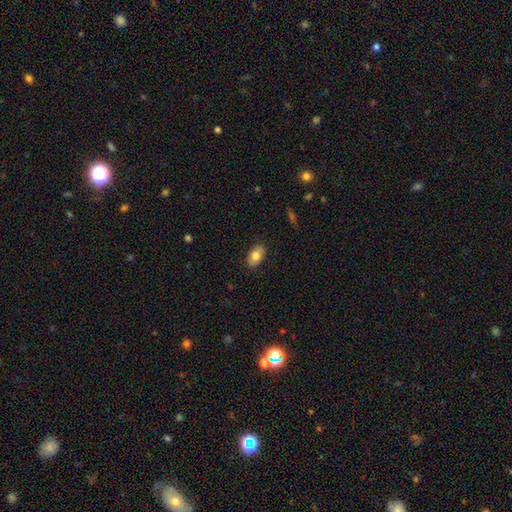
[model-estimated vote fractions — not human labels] smooth_or_featured: smooth (p=0.80) [alt: featured or disk p=0.13]
how_rounded: in between (p=0.91) [alt: round p=0.08]
merging: none (p=0.87) [alt: minor disturbance p=0.10]